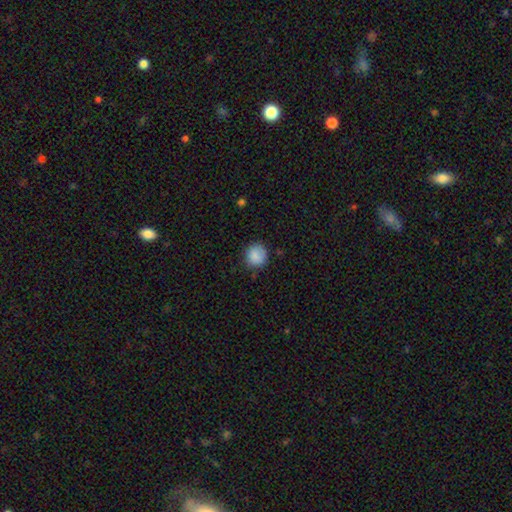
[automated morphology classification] This is clearly a smooth galaxy (86%). How rounded: clearly round (89%). Merging: clearly none (81%).